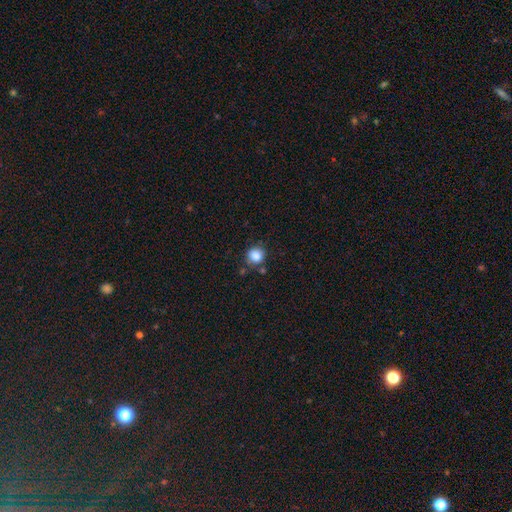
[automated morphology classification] smooth-or-featured: smooth: 85% | star or artifact: 11% | featured or disk: 4%
  how-rounded: round: 86% | in between: 13% | cigar-shaped: 1%
  merging: none: 74% | minor disturbance: 14% | merger: 7% | major disturbance: 4%